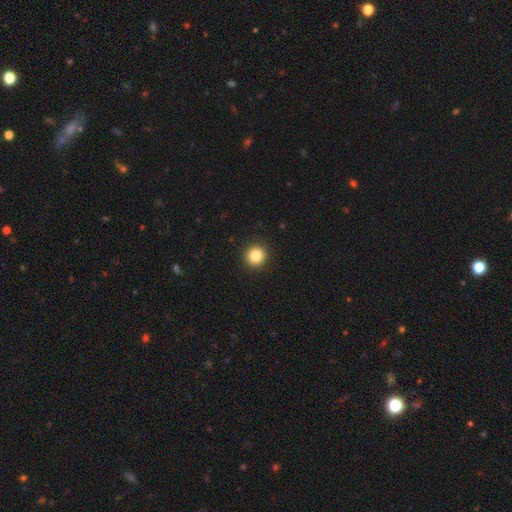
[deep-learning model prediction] smooth 83%, star or artifact 11%, featured or disk 6%. Down the decision tree: how rounded — round (94%); merging — none (93%).